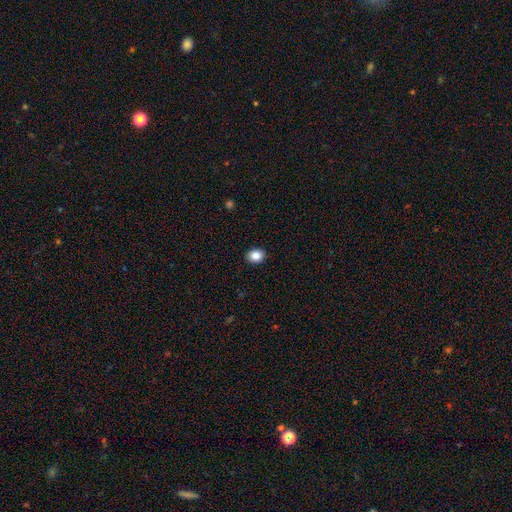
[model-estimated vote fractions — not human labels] Morphology: type=smooth (86%); roundness=in between (53%); merging=none (91%).